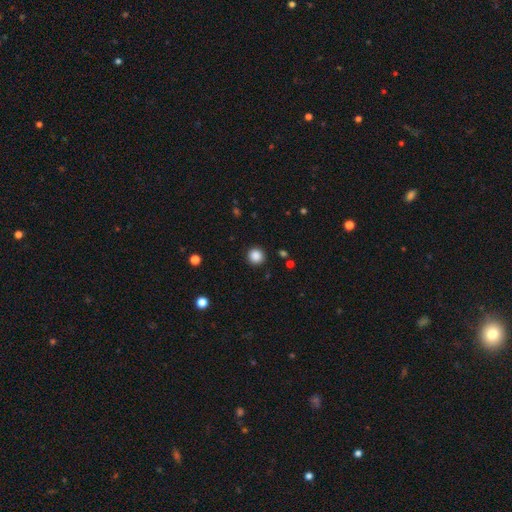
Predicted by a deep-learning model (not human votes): Overall: smooth (87%). How rounded: round (94%). Merging: none (92%).